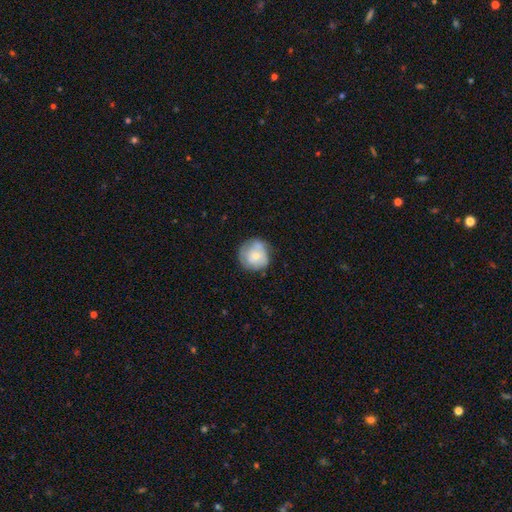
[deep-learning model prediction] Smooth or featured? smooth (59%)
How rounded? round (89%)
Merging? none (61%)